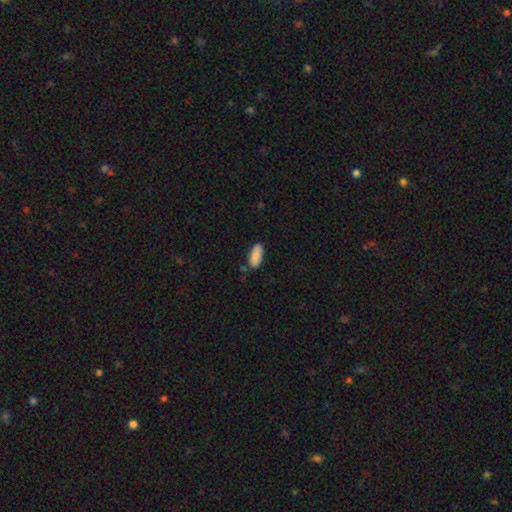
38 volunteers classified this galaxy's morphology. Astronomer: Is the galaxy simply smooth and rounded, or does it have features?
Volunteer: smooth — 97%.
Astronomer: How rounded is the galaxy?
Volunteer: in between — 73%.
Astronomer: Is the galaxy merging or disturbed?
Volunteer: none — 87%.